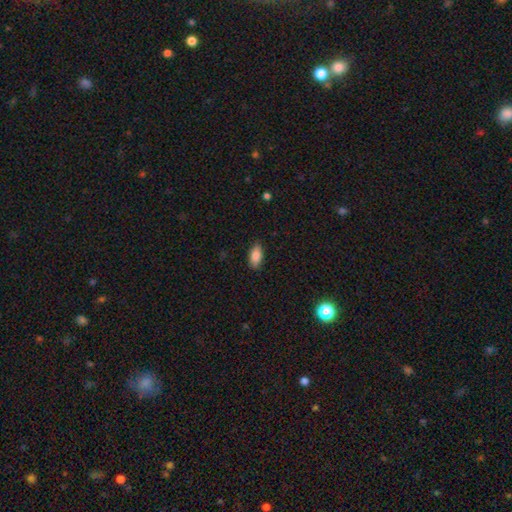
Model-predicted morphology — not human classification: A smooth galaxy with no disk features (84%) that is in between round and cigar-shaped (90%).

Vote fractions:
- Smooth or featured? smooth: 84% / featured or disk: 9% / star or artifact: 7%
- How rounded? in between: 90% / cigar-shaped: 7% / round: 3%
- Merging? none: 87% / minor disturbance: 10% / major disturbance: 2% / merger: 1%